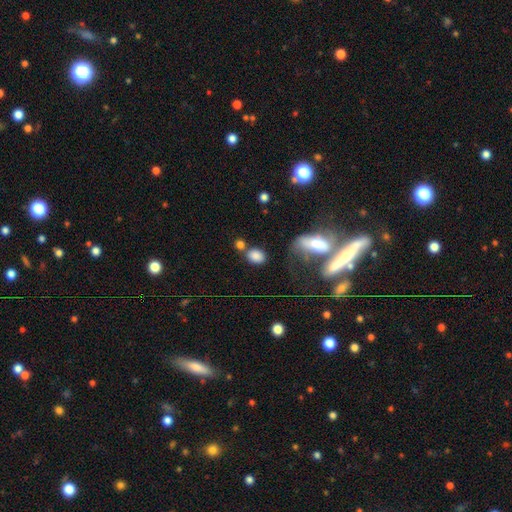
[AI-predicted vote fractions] Overall: smooth (83%). How rounded: in between (61%; round 37%). Merging: none (55%; merger 24%).